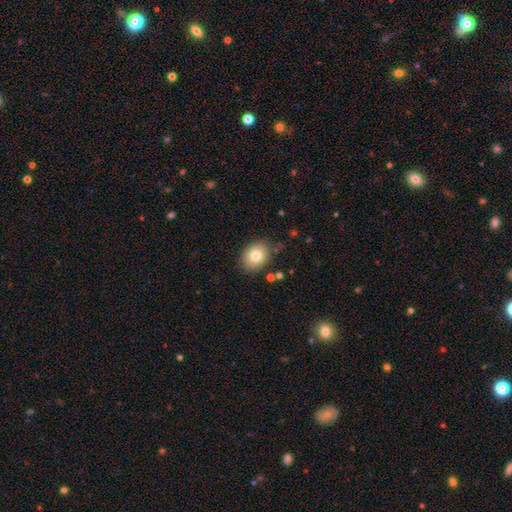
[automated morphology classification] Smooth or featured? smooth (80%)
How rounded? in between (57%)
Merging? none (82%)